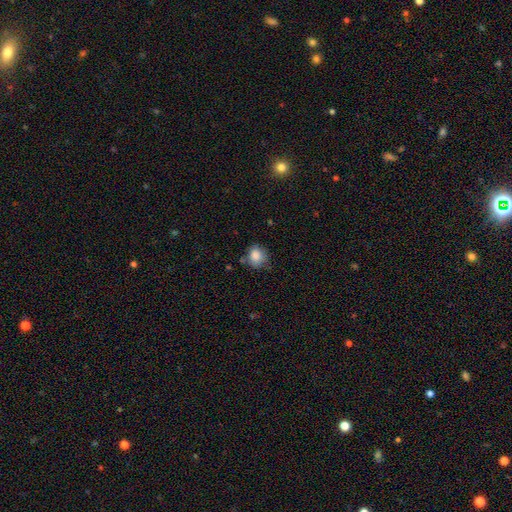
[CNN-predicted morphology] Smooth or featured: smooth — 85% (star or artifact — 9%)
How rounded: round — 71% (in between — 28%)
Merging: none — 68% (minor disturbance — 22%)